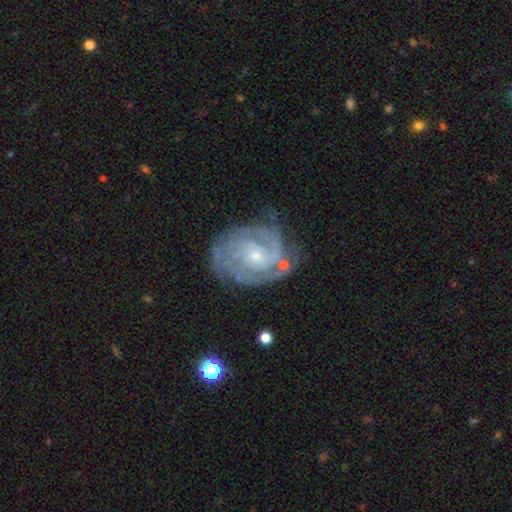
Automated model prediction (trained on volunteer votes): Smooth or featured?
  - featured or disk: 88% *
  - smooth: 6%
  - star or artifact: 6%
Edge-on disk?
  - no: 98% *
  - yes: 2%
Bar?
  - no: 66% *
  - weak: 28%
  - strong: 6%
Spiral arms?
  - yes: 97% *
  - no: 3%
Spiral winding?
  - tight: 70% *
  - medium: 26%
  - loose: 4%
Spiral arm count?
  - 3: 28% *
  - can't tell: 24%
  - 2: 23%
  - 4: 13%
  - more than 4: 6%
  - 1: 6%
Bulge size?
  - small: 70% *
  - moderate: 26%
  - none: 2%
  - large: 1%
  - dominant: 1%
Merging?
  - none: 66% *
  - minor disturbance: 22%
  - major disturbance: 9%
  - merger: 3%